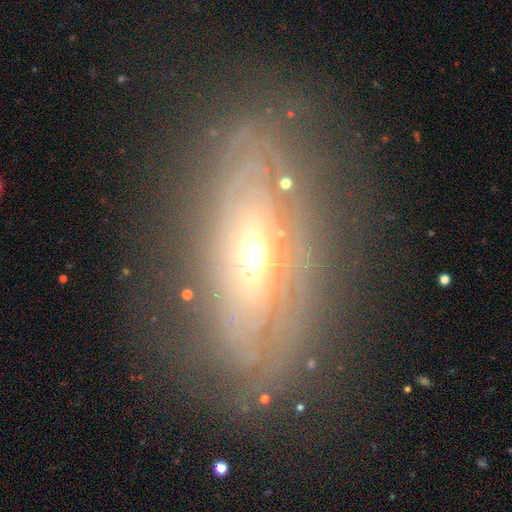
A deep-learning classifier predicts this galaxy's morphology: This appears to be a featured or disk galaxy (81%) with no bar (65%), spiral arms (75%) and a moderate central bulge (68%). Merging: none (74%).